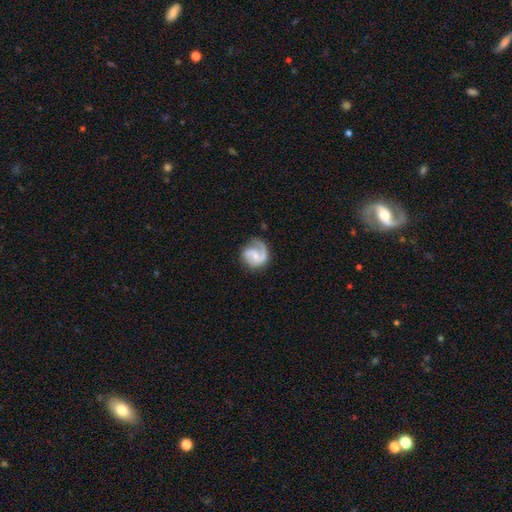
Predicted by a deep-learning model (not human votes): Overall: featured or disk (82%). Edge-on disk: no (98%). Bar: no (48%; weak 42%). Spiral arms: yes (96%). Spiral arm count: 2 (64%; 1 29%). Spiral winding: medium (48%; tight 31%). Bulge size: small (55%; moderate 30%). Merging: none (66%).